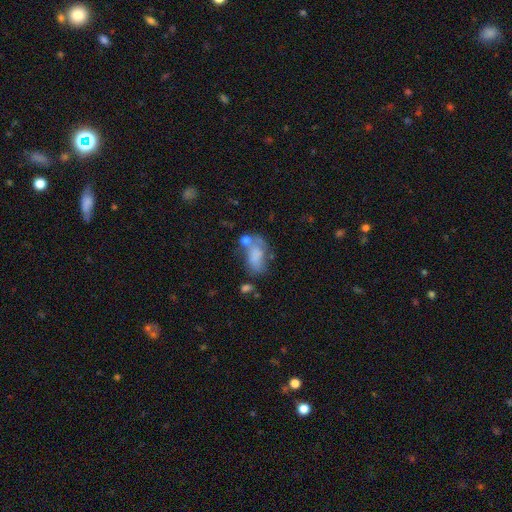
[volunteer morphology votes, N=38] Q: Smooth or featured?
A: smooth (76%); runner-up: featured or disk (16%)
Q: How rounded?
A: in between (86%); runner-up: round (7%)
Q: Merging?
A: none (31%); runner-up: major disturbance (29%)